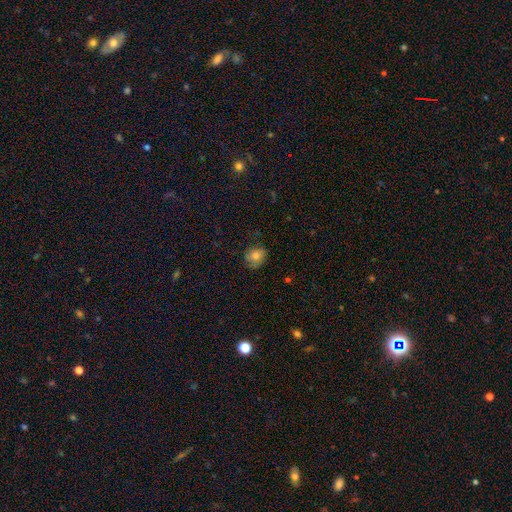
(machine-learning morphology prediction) A smooth galaxy with no disk features (74%) that is round (64%).

Vote fractions:
- Smooth or featured? smooth: 74% / featured or disk: 16% / star or artifact: 10%
- How rounded? round: 64% / in between: 35% / cigar-shaped: 1%
- Merging? none: 66% / minor disturbance: 25% / major disturbance: 8% / merger: 1%